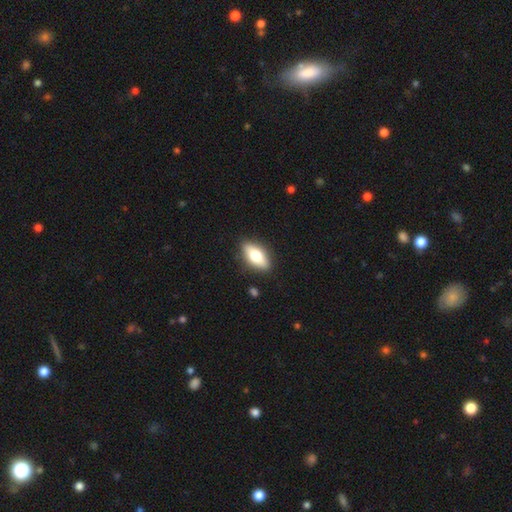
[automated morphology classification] Smooth or featured? Predicted: smooth (p=0.68). How rounded? Predicted: in between (p=0.83). Merging? Predicted: none (p=0.87).